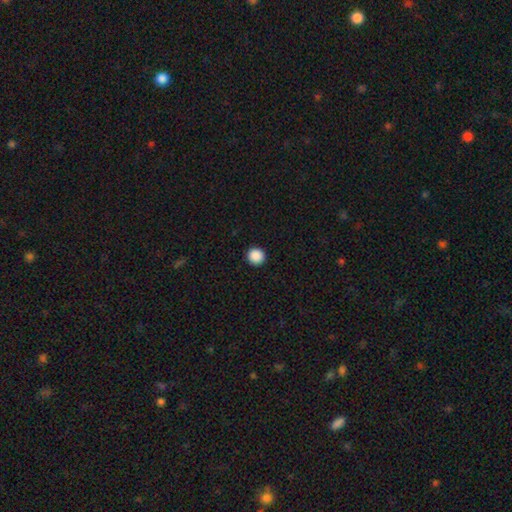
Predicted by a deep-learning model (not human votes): Smooth or featured: smooth — 89% (star or artifact — 9%)
How rounded: round — 95% (in between — 4%)
Merging: none — 93% (minor disturbance — 4%)